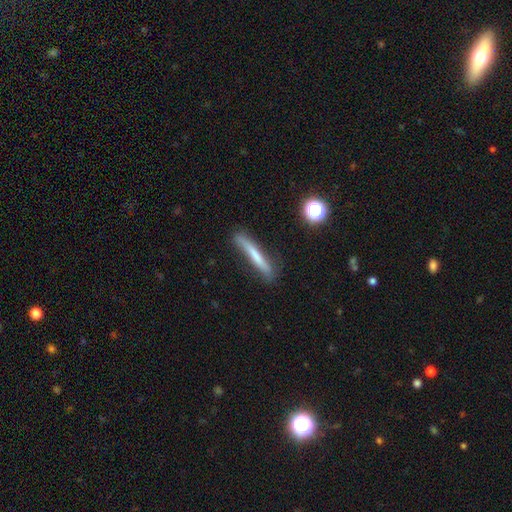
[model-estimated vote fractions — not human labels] smooth_or_featured: smooth (p=0.62) [alt: featured or disk p=0.30]
how_rounded: cigar-shaped (p=0.95) [alt: in between p=0.04]
merging: none (p=0.78) [alt: minor disturbance p=0.16]